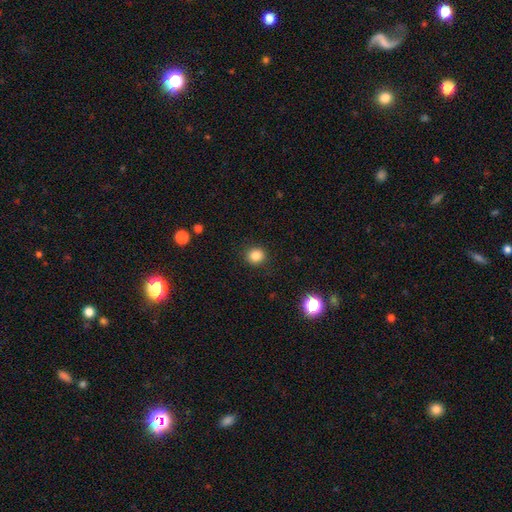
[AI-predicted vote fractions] Smooth or featured?
  - smooth: 83% *
  - star or artifact: 12%
  - featured or disk: 5%
How rounded?
  - round: 86% *
  - in between: 13%
  - cigar-shaped: 1%
Merging?
  - none: 90% *
  - minor disturbance: 7%
  - major disturbance: 2%
  - merger: 1%